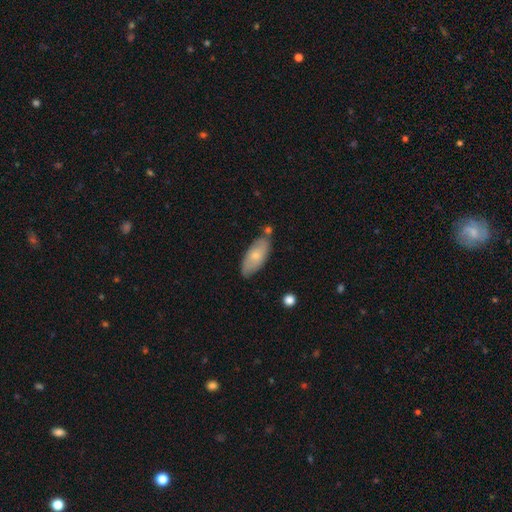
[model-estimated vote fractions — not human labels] smooth-or-featured: smooth: 67% | featured or disk: 27% | star or artifact: 6%
  how-rounded: in between: 83% | cigar-shaped: 14% | round: 2%
  merging: none: 69% | minor disturbance: 20% | merger: 7% | major disturbance: 3%